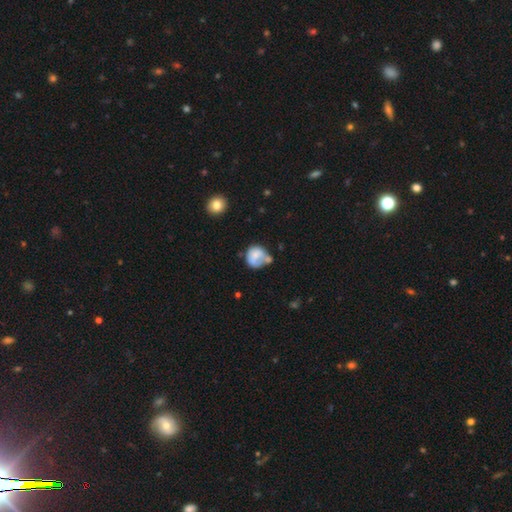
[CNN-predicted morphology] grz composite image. It shows a smooth galaxy with no disk features (65%) that is round (73%). Merging: none (34%).